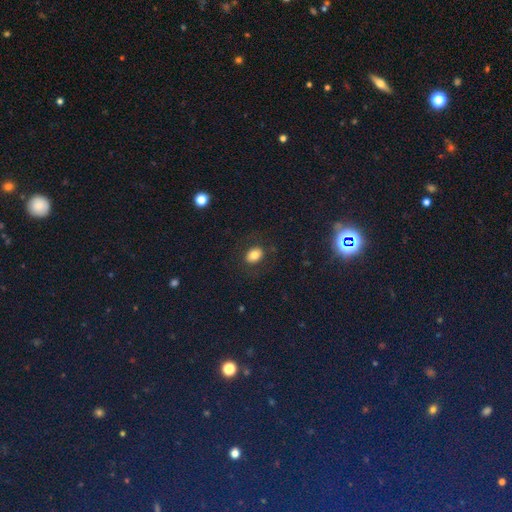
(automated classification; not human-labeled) Morphology: type=smooth (78%); roundness=in between (72%); merging=none (84%).